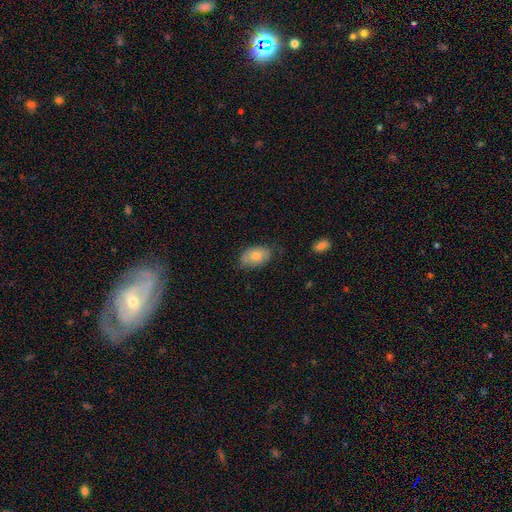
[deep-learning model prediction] smooth-or-featured: smooth: 68% | featured or disk: 25% | star or artifact: 8%
  how-rounded: in between: 86% | round: 13% | cigar-shaped: 1%
  merging: none: 67% | minor disturbance: 26% | major disturbance: 5% | merger: 2%